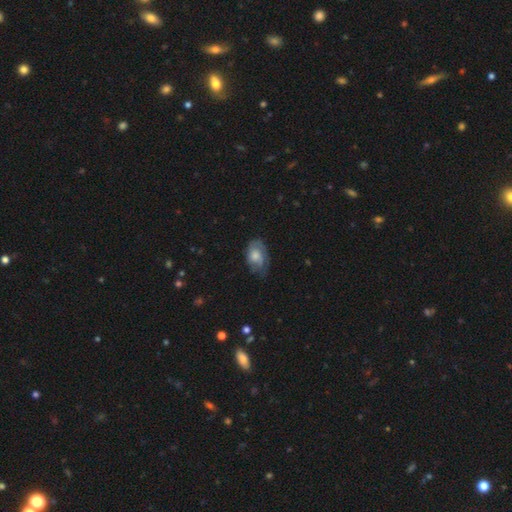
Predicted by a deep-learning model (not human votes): smooth_or_featured: smooth (p=0.52) [alt: featured or disk p=0.41]
how_rounded: in between (p=0.87) [alt: round p=0.12]
merging: none (p=0.55) [alt: minor disturbance p=0.30]